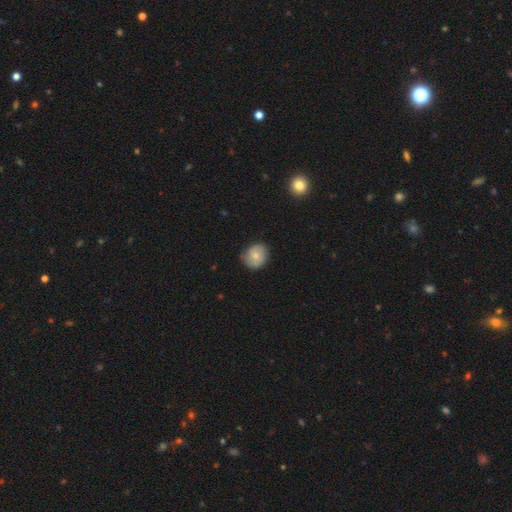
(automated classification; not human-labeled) The model was most divided on "how rounded": round: 72%, in between: 27%, cigar-shaped: 1%. More confident: merging — none (77%); smooth or featured — smooth (71%).